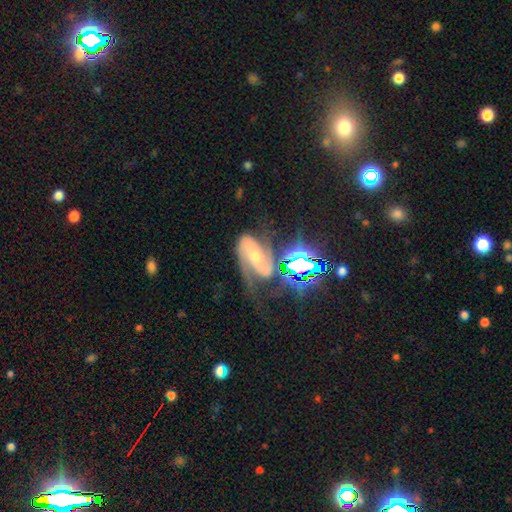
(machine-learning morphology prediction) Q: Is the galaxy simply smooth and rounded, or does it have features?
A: featured or disk — 71%.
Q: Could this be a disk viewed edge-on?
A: no — 96%.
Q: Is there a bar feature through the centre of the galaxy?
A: no — 46%.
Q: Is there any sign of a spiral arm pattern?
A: yes — 94%.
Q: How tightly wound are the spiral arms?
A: medium — 47%.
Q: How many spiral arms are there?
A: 2 — 83%.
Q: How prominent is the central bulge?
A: moderate — 52%.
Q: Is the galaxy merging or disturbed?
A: none — 46%.